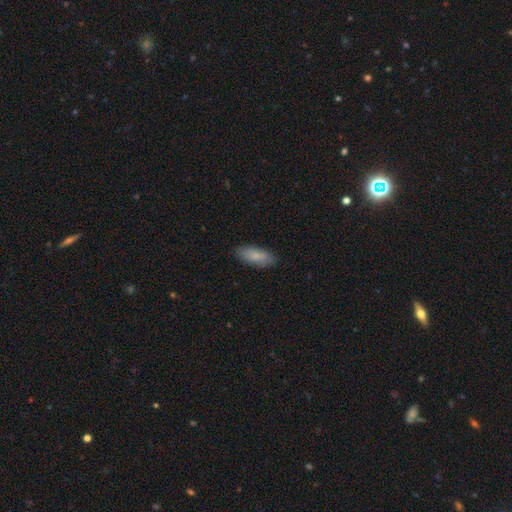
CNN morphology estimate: Q: Smooth or featured?
A: smooth (83%); runner-up: featured or disk (11%)
Q: How rounded?
A: in between (75%); runner-up: cigar-shaped (23%)
Q: Merging?
A: none (85%); runner-up: minor disturbance (12%)